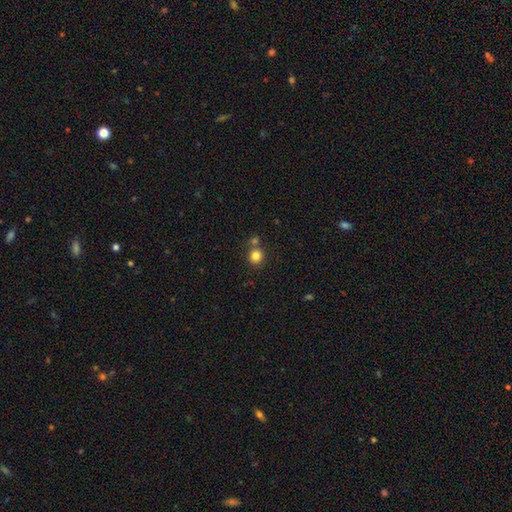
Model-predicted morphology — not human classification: Smooth or featured: smooth — 83% (star or artifact — 12%)
How rounded: round — 90% (in between — 9%)
Merging: none — 70% (merger — 19%)